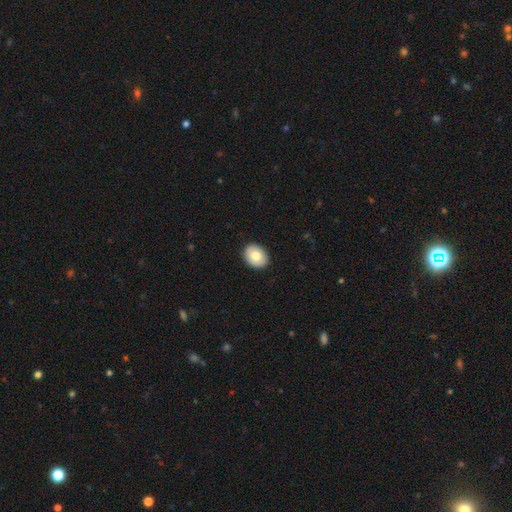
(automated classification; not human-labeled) smooth_or_featured: smooth (p=0.76) [alt: featured or disk p=0.17]
how_rounded: in between (p=0.59) [alt: round p=0.40]
merging: none (p=0.90) [alt: minor disturbance p=0.07]